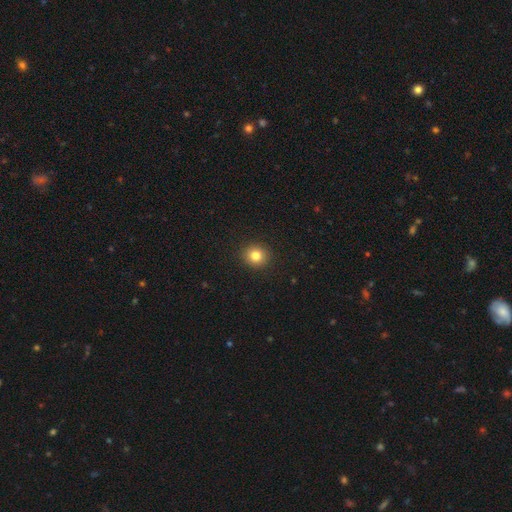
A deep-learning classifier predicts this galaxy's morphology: type=smooth (82%); roundness=round (87%); merging=none (92%).